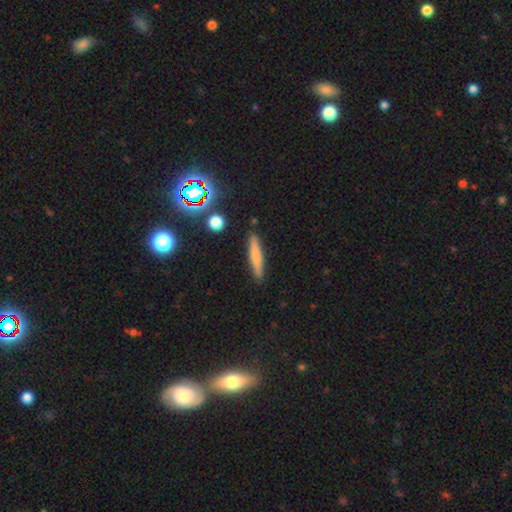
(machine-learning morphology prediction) Smooth or featured? Predicted: smooth (p=0.66). How rounded? Predicted: cigar-shaped (p=0.91). Merging? Predicted: none (p=0.89).